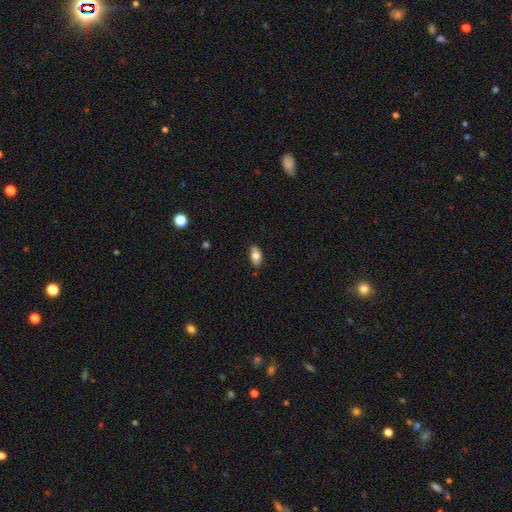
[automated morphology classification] The model was most divided on "smooth or featured": smooth: 76%, featured or disk: 17%, star or artifact: 7%. More confident: how rounded — in between (91%); merging — none (84%).